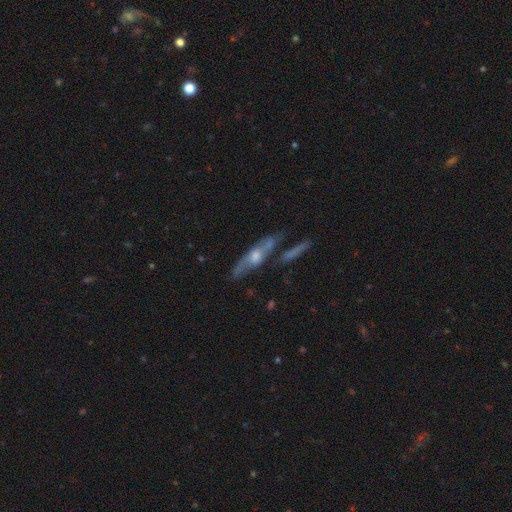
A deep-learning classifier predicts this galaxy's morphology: Smooth or featured: featured or disk — 71% (smooth — 21%)
Edge-on disk: yes — 70% (no — 30%)
Merging: none — 65% (merger — 15%)